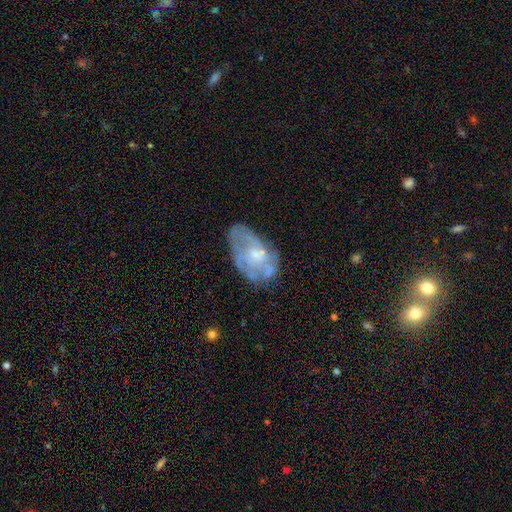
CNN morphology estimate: This is likely a featured or disk galaxy (64%). It is clearly not viewed edge-on (96%). Bar: likely no (78%). Spiral arm pattern: possibly no (52%). Central bulge: possibly small (47%). Merging: possibly none (53%).